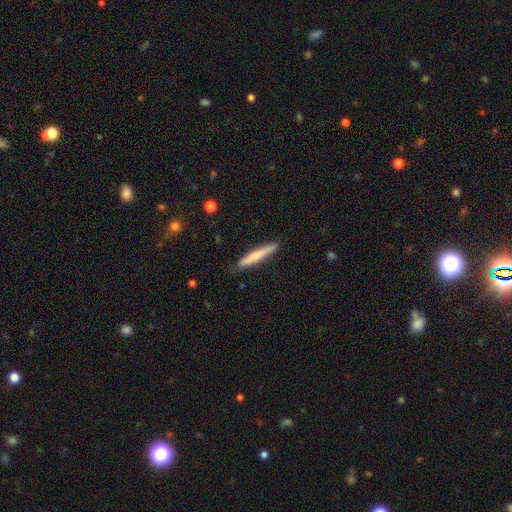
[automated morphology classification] Smooth or featured: smooth — 69% (featured or disk — 26%)
How rounded: cigar-shaped — 94% (in between — 4%)
Merging: none — 86% (minor disturbance — 11%)